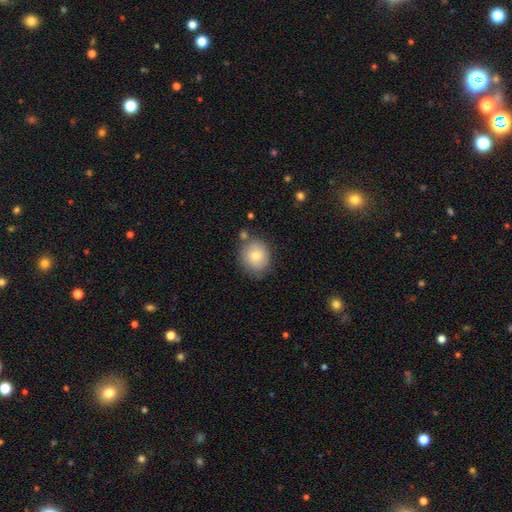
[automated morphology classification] smooth_or_featured: smooth (p=0.78) [alt: featured or disk p=0.14]
how_rounded: round (p=0.76) [alt: in between p=0.23]
merging: none (p=0.70) [alt: minor disturbance p=0.17]